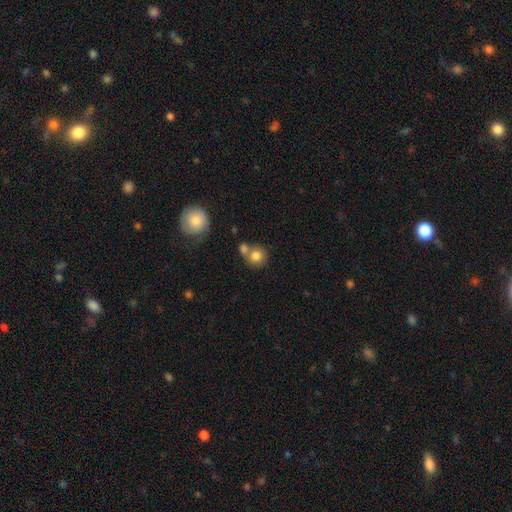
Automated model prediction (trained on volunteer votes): Smooth or featured: smooth — 80% (featured or disk — 10%)
How rounded: round — 86% (in between — 13%)
Merging: none — 49% (merger — 38%)